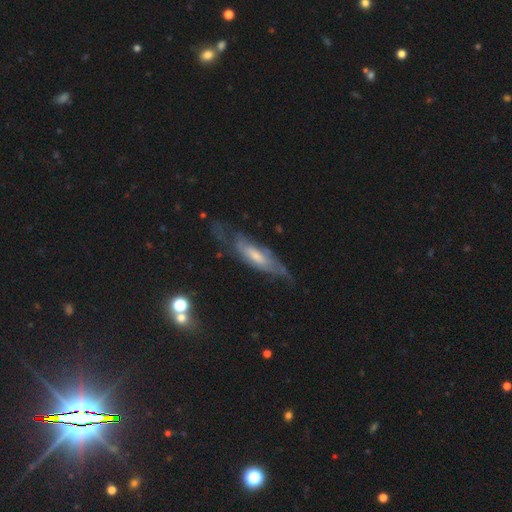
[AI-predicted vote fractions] Overall: featured or disk (70%). Edge-on disk: no (67%; yes 33%). Merging: none (58%; minor disturbance 24%).